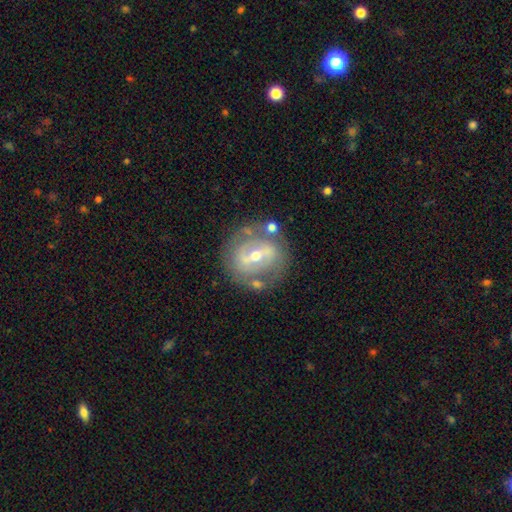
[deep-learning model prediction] Smooth or featured: featured or disk — 77% (smooth — 16%)
Edge-on disk: no — 95% (yes — 5%)
Bar: strong — 46% (weak — 37%)
Spiral arms: yes — 63% (no — 37%)
Bulge size: moderate — 56% (small — 40%)
Merging: none — 72% (minor disturbance — 15%)